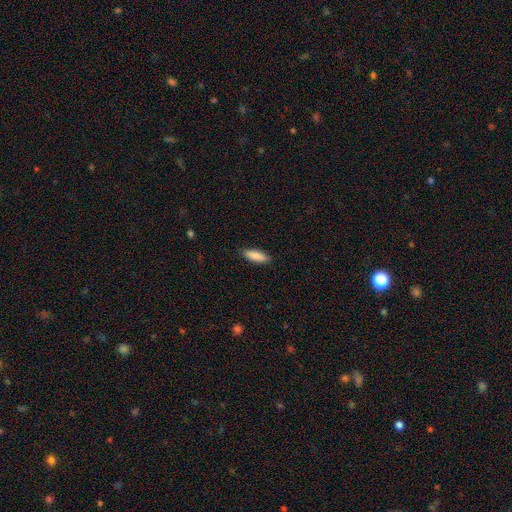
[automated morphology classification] smooth 87%, featured or disk 7%, star or artifact 6%. Down the decision tree: how rounded — in between (55%); merging — none (88%).